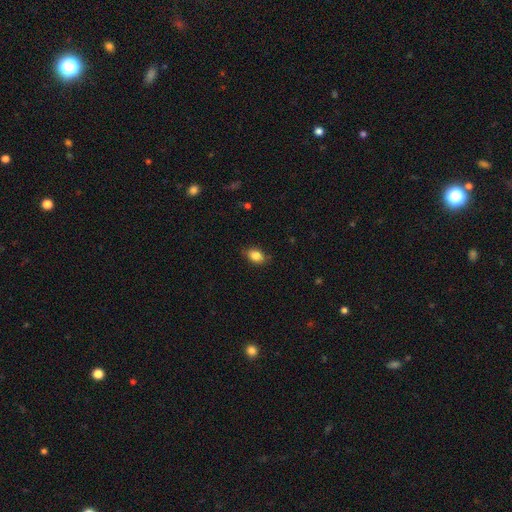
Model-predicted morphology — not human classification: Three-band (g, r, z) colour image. It shows a smooth galaxy with no disk features (85%) that is in between round and cigar-shaped (80%). Merging: none (79%).